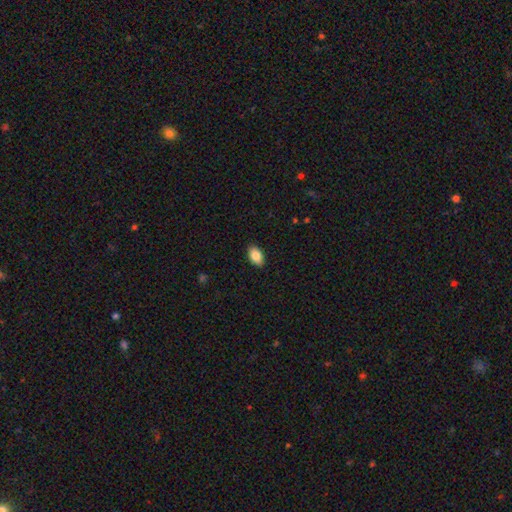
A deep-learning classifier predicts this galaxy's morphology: The model was most divided on "smooth or featured": smooth: 85%, featured or disk: 8%, star or artifact: 7%. More confident: how rounded — in between (92%); merging — none (90%).